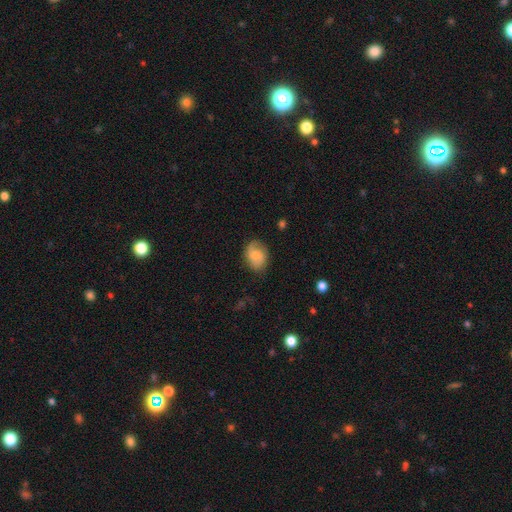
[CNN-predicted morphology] A smooth galaxy with no disk features (65%) that is in between round and cigar-shaped (69%). Merging: none (68%).